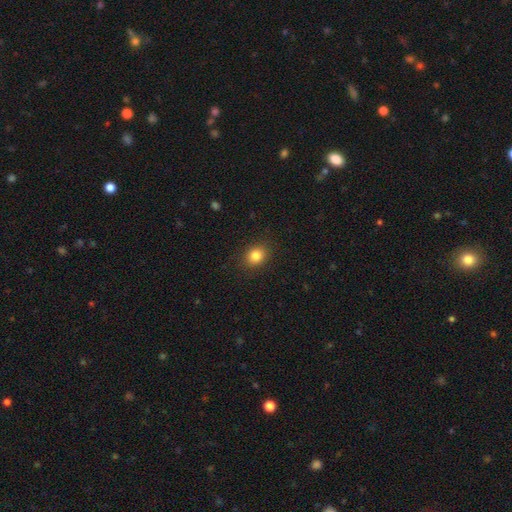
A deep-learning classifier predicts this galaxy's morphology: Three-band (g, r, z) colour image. It shows a smooth galaxy with no disk features (84%) that is round (63%). Merging: none (88%).